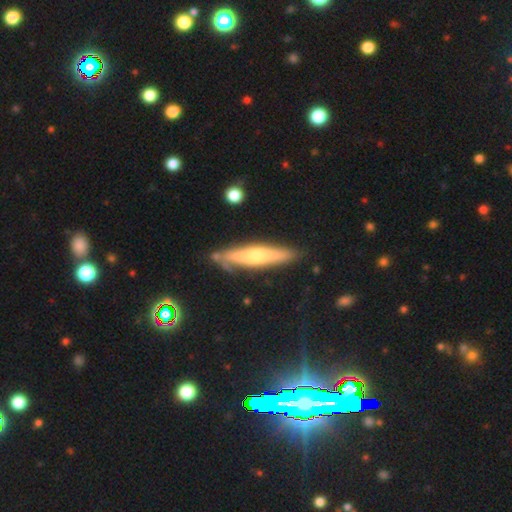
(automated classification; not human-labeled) smooth_or_featured: smooth (p=0.50) [alt: featured or disk p=0.44]
merging: none (p=0.78) [alt: minor disturbance p=0.15]